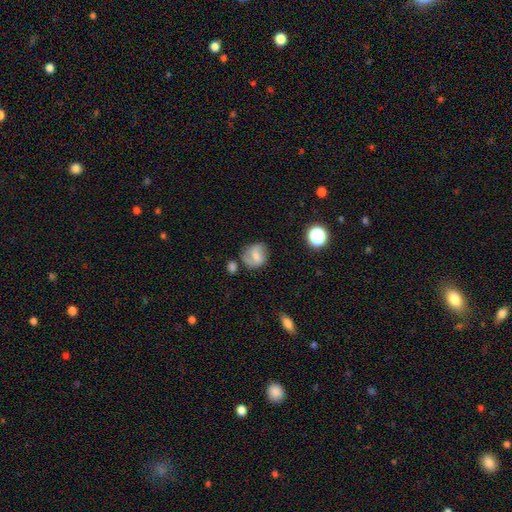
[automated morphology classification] Q: Smooth or featured?
A: smooth (50%); runner-up: featured or disk (40%)
Q: Merging?
A: none (62%); runner-up: minor disturbance (23%)